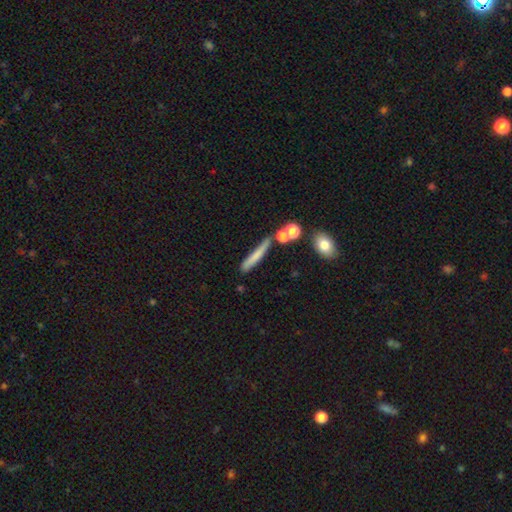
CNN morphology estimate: type=smooth (65%); roundness=cigar-shaped (87%); merging=none (62%).